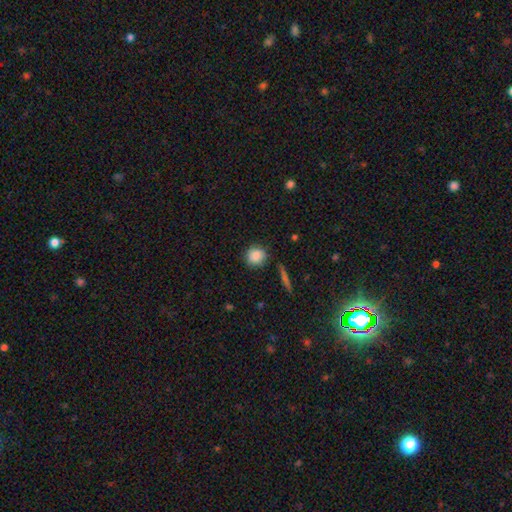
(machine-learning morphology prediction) smooth_or_featured: smooth (p=0.86) [alt: star or artifact p=0.09]
how_rounded: round (p=0.88) [alt: in between p=0.11]
merging: none (p=0.82) [alt: minor disturbance p=0.12]